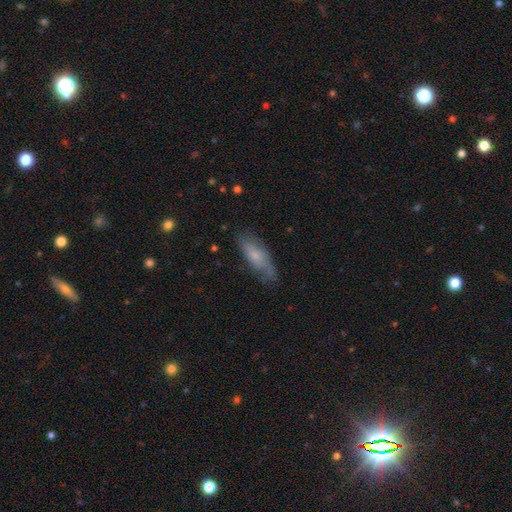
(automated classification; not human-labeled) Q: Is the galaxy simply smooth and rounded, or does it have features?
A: smooth — 61%.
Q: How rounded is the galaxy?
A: in between — 64%.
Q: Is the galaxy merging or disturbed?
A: none — 65%.